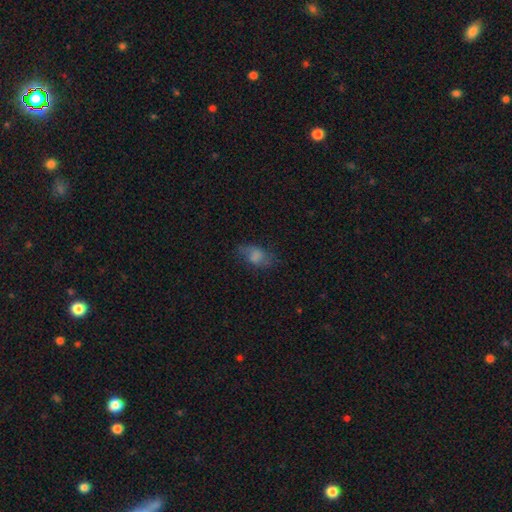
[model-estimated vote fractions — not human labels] This is likely a smooth galaxy (66%). How rounded: clearly in between (86%). Merging: possibly none (55%).